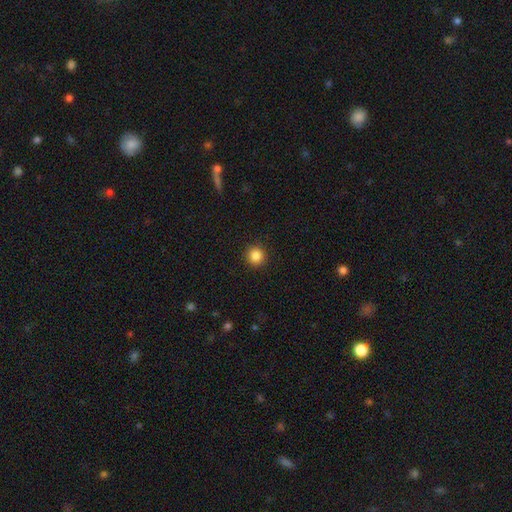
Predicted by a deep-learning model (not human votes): Smooth or featured: smooth — 85% (star or artifact — 11%)
How rounded: round — 95% (in between — 4%)
Merging: none — 93% (minor disturbance — 4%)